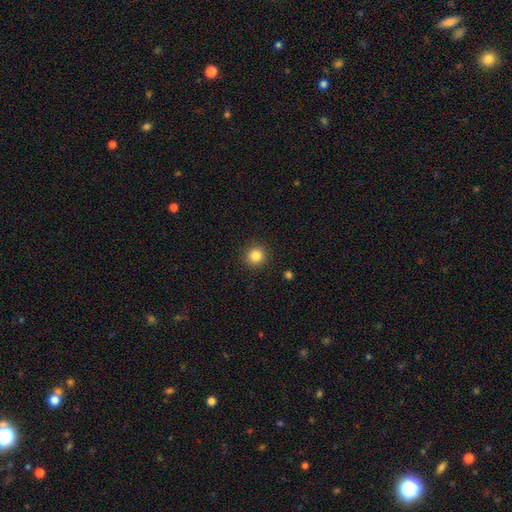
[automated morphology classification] smooth 85%, star or artifact 11%, featured or disk 5%. Down the decision tree: how rounded — round (94%); merging — none (91%).